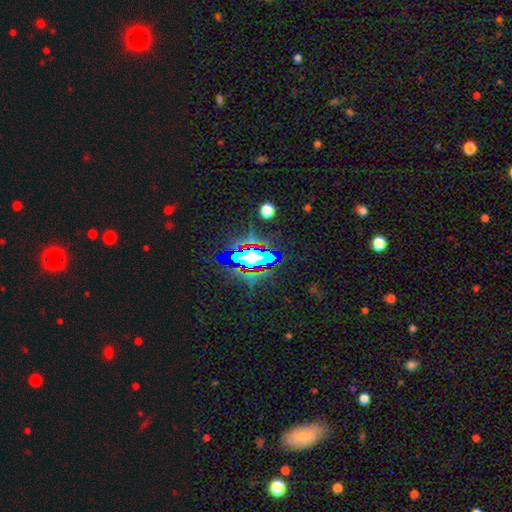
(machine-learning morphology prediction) A star or artifact, not a galaxy (58%).

Vote fractions:
- Smooth or featured? star or artifact: 58% / smooth: 23% / featured or disk: 19%